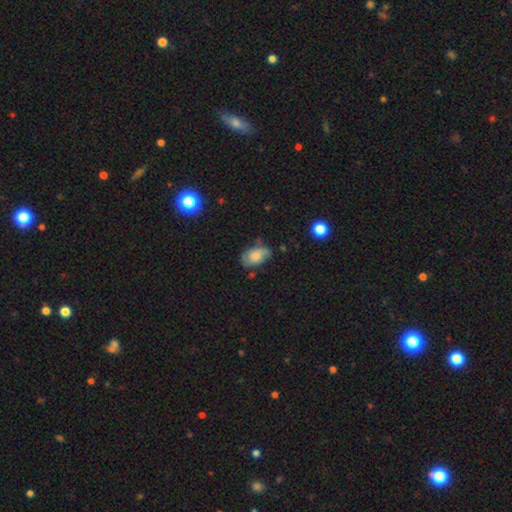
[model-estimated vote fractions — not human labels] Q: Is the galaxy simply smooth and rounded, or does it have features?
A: smooth — 51%.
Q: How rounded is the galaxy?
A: in between — 89%.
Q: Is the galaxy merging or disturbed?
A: none — 62%.